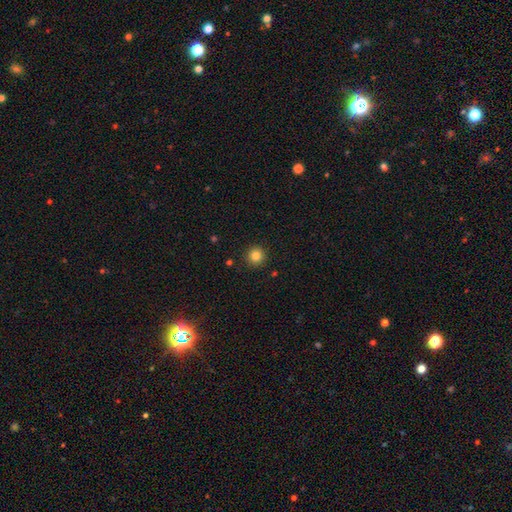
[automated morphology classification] Smooth or featured? smooth (83%)
How rounded? round (95%)
Merging? none (91%)